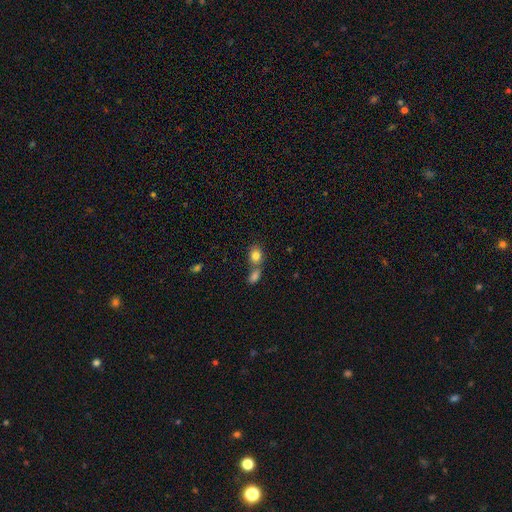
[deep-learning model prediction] Smooth or featured? smooth (82%)
How rounded? round (55%)
Merging? none (45%)